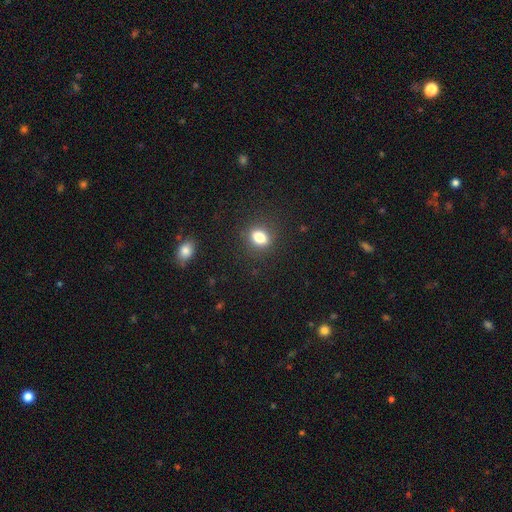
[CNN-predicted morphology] Overall: smooth (66%; star or artifact 28%). How rounded: round (81%). Merging: none (91%).